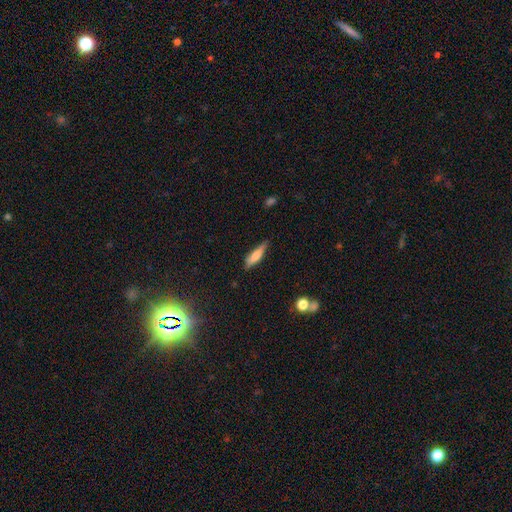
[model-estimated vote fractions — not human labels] Smooth or featured? Predicted: smooth (p=0.65). How rounded? Predicted: cigar-shaped (p=0.72). Merging? Predicted: none (p=0.75).